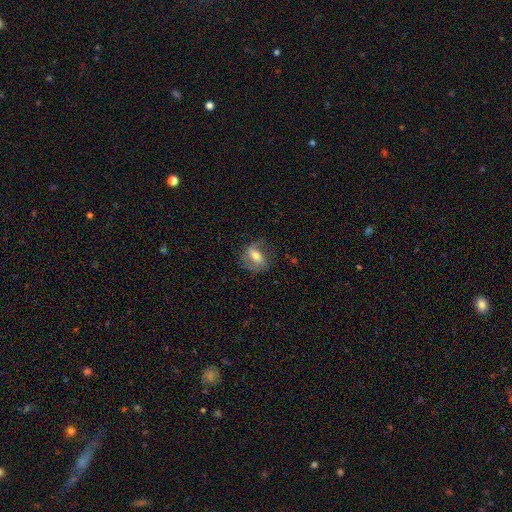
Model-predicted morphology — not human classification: Q: Smooth or featured?
A: featured or disk (51%); runner-up: smooth (41%)
Q: Edge-on disk?
A: no (91%); runner-up: yes (9%)
Q: Merging?
A: none (65%); runner-up: minor disturbance (21%)